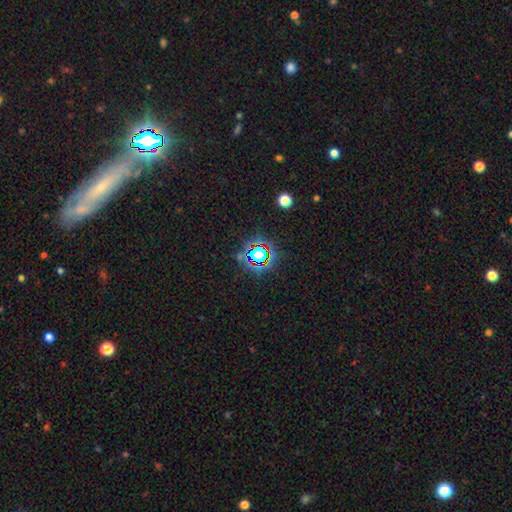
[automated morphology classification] A star or artifact, not a galaxy (76%).

Vote fractions:
- Smooth or featured? star or artifact: 76% / smooth: 15% / featured or disk: 9%